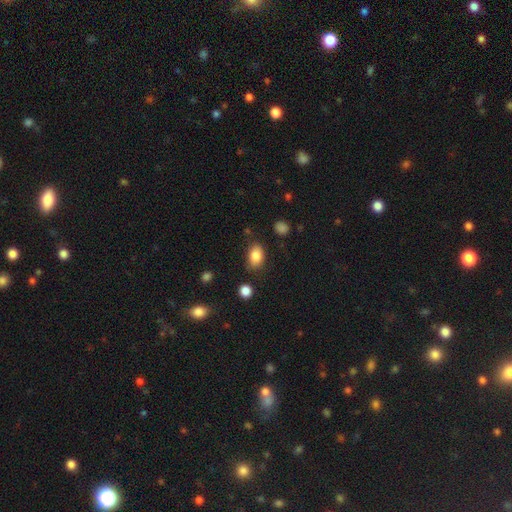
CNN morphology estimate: Smooth or featured: smooth — 85% (star or artifact — 8%)
How rounded: in between — 86% (round — 13%)
Merging: none — 76% (minor disturbance — 16%)